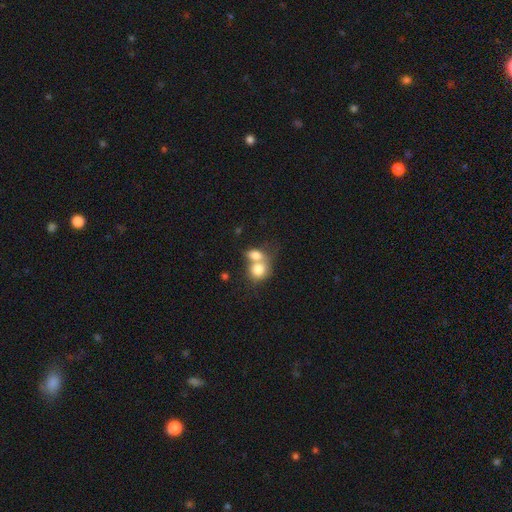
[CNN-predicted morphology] This appears to be a smooth galaxy with no disk features (77%) that is in between round and cigar-shaped (50%). Merging: merger (69%).